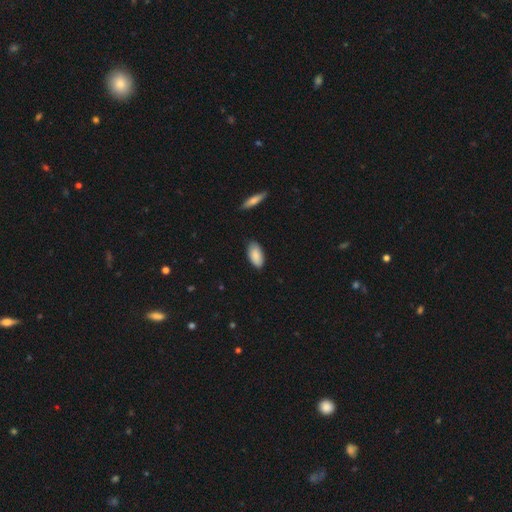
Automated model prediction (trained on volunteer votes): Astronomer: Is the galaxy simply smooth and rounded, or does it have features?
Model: smooth — 87%.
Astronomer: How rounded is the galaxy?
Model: in between — 94%.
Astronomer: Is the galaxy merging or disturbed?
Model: none — 82%.